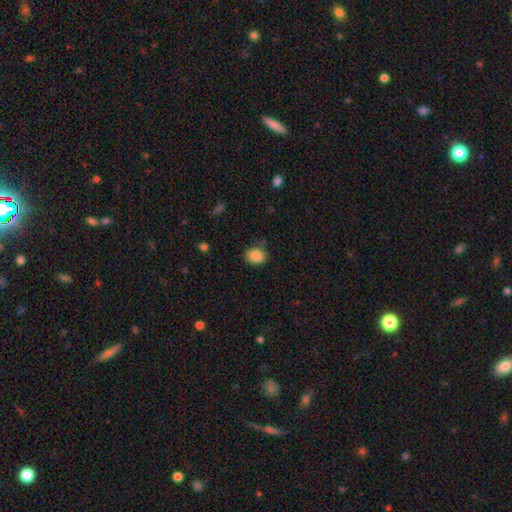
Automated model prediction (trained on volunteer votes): A smooth galaxy with no disk features (87%) that is round (51%). Merging: none (73%).